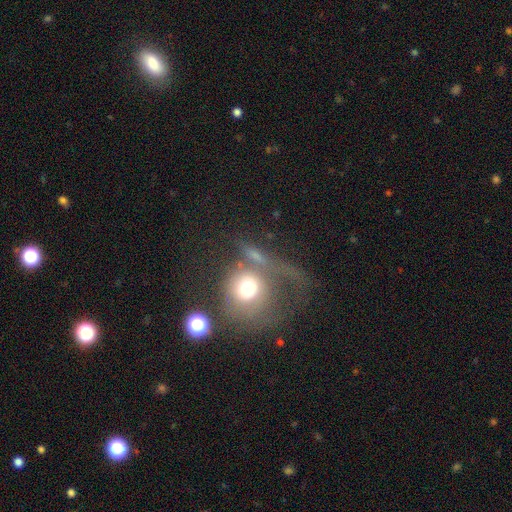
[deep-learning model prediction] A smooth galaxy with no disk features (54%) that is round (79%). Merging: major disturbance (38%).